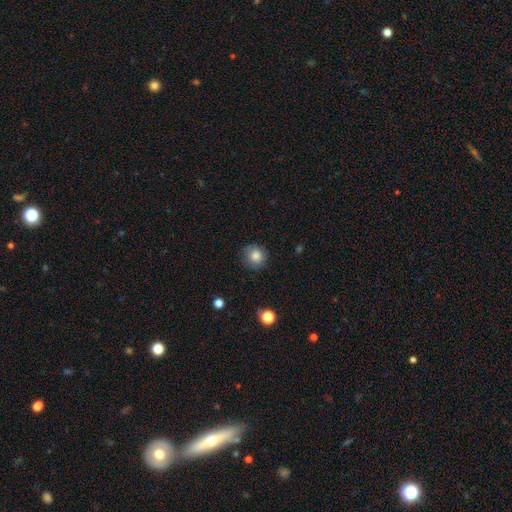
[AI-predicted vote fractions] smooth-or-featured: smooth: 84% | star or artifact: 10% | featured or disk: 6%
  how-rounded: round: 90% | in between: 9% | cigar-shaped: 1%
  merging: none: 81% | minor disturbance: 14% | major disturbance: 4% | merger: 1%